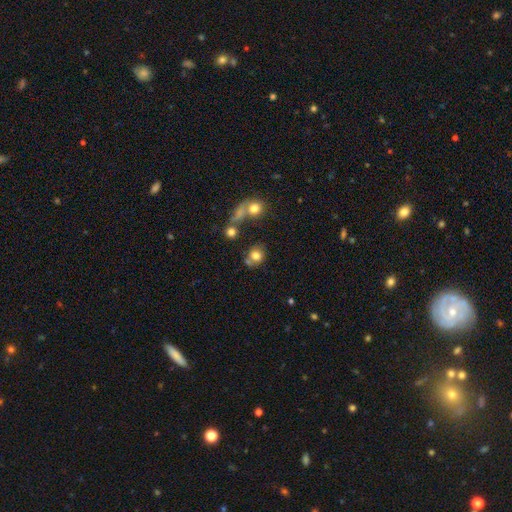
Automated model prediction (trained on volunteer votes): smooth 77%, star or artifact 12%, featured or disk 11%. Down the decision tree: how rounded — round (69%); merging — none (60%).